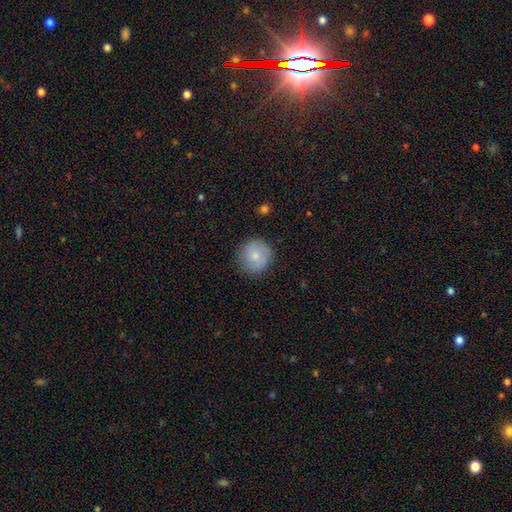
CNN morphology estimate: A smooth galaxy with no disk features (73%) that is round (93%). Merging: none (85%).